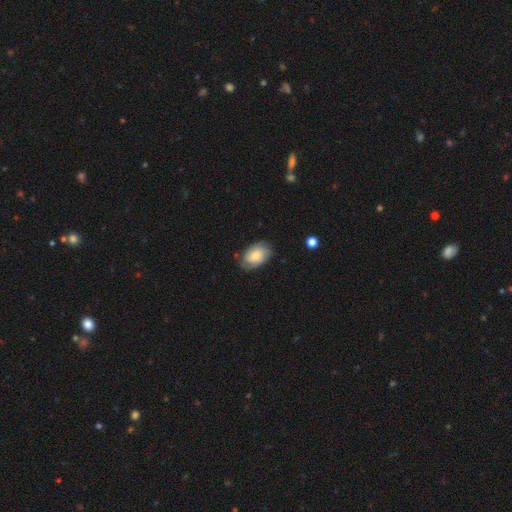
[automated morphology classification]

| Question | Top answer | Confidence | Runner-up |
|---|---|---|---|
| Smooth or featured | smooth | 52% | featured or disk (40%) |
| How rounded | in between | 85% | round (14%) |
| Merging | none | 71% | minor disturbance (21%) |